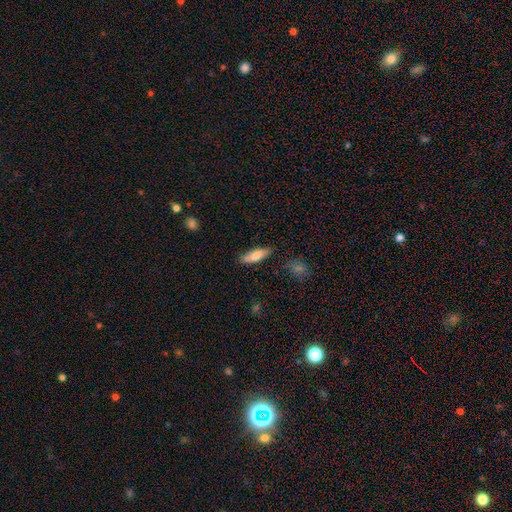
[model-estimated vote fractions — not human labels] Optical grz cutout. It shows a smooth galaxy with no disk features (77%) that is in between round and cigar-shaped (56%). Merging: none (79%).